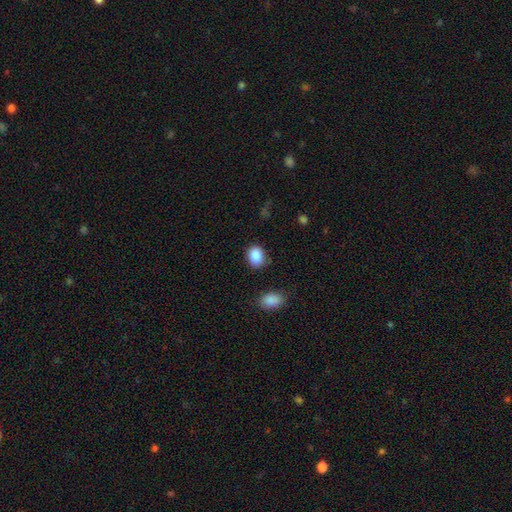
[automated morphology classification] Smooth or featured? smooth (88%)
How rounded? in between (62%)
Merging? none (77%)